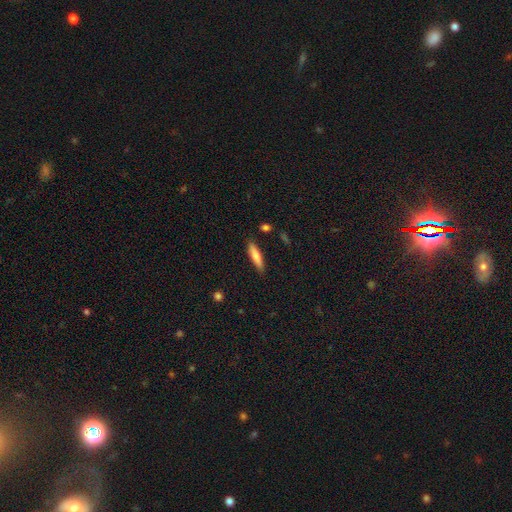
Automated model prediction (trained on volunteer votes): Smooth or featured: smooth — 72% (featured or disk — 22%)
How rounded: cigar-shaped — 78% (in between — 20%)
Merging: none — 86% (minor disturbance — 10%)